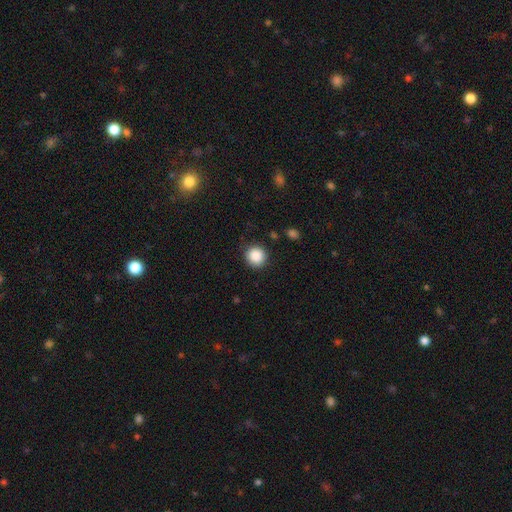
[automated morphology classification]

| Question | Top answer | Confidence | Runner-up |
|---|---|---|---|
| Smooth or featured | smooth | 88% | star or artifact (9%) |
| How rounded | round | 94% | in between (5%) |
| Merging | none | 88% | minor disturbance (8%) |